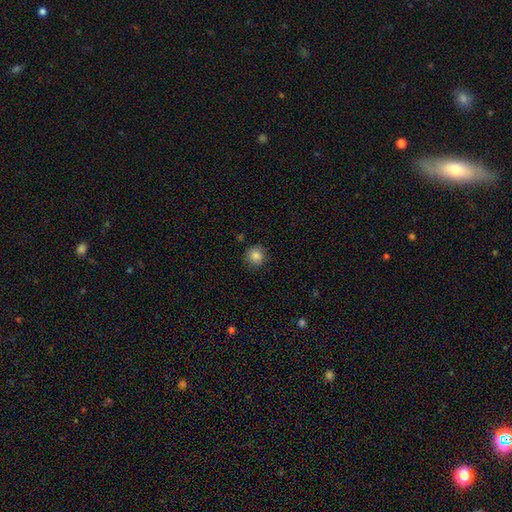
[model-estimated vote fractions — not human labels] smooth 85%, star or artifact 10%, featured or disk 5%. Down the decision tree: how rounded — round (92%); merging — none (89%).